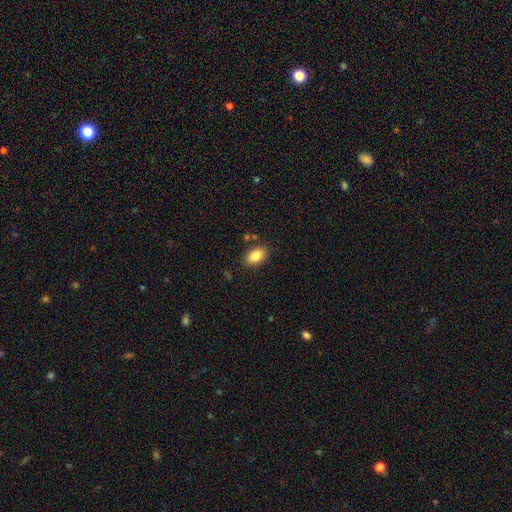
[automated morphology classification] This is clearly a smooth galaxy (85%). How rounded: clearly in between (88%). Merging: clearly none (84%).